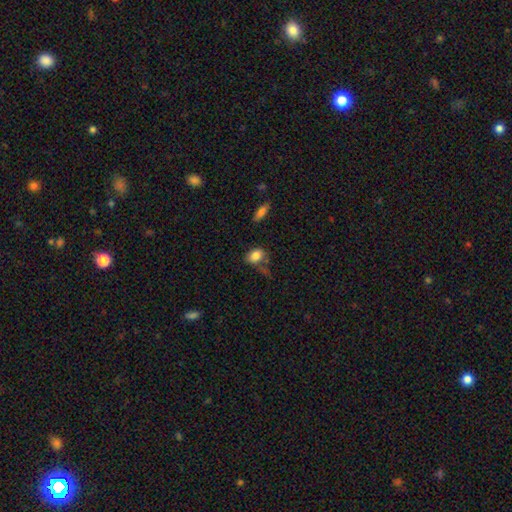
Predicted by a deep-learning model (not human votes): Smooth or featured? Predicted: smooth (p=0.83). How rounded? Predicted: in between (p=0.78). Merging? Predicted: none (p=0.53).